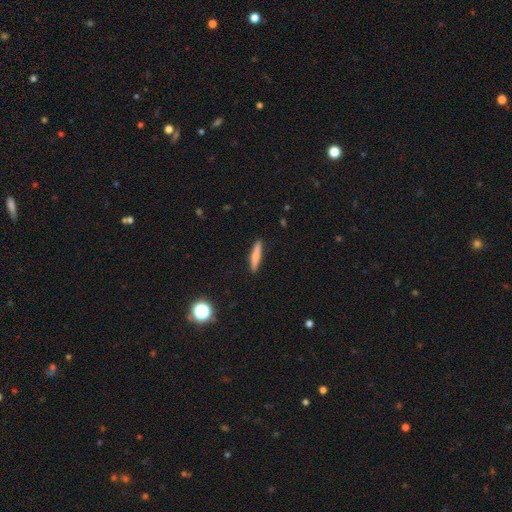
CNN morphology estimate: Smooth or featured: smooth — 75% (featured or disk — 19%)
How rounded: cigar-shaped — 90% (in between — 8%)
Merging: none — 90% (minor disturbance — 7%)